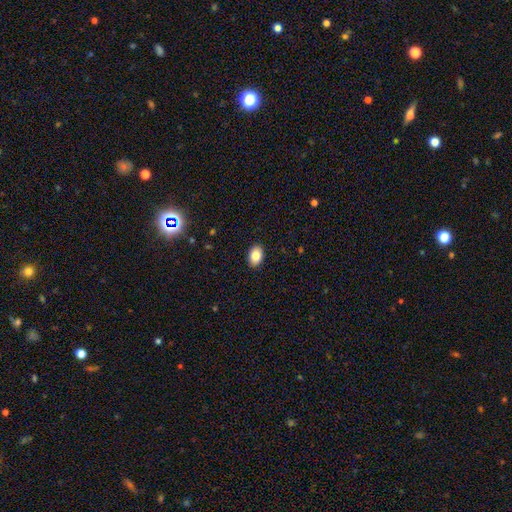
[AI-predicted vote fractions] This appears to be a smooth galaxy with no disk features (85%) that is in between round and cigar-shaped (84%). Merging: none (90%).